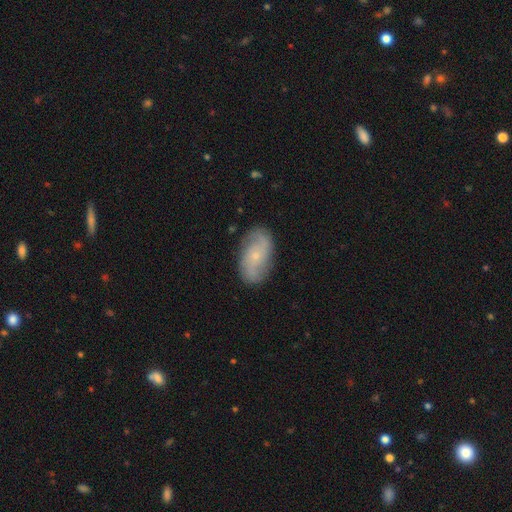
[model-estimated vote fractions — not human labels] Overall: featured or disk (70%). Edge-on disk: no (96%). Bar: no (70%). Spiral arms: yes (91%). Spiral arm count: 2 (75%). Spiral winding: medium (40%; loose 35%). Bulge size: small (78%). Merging: none (81%).